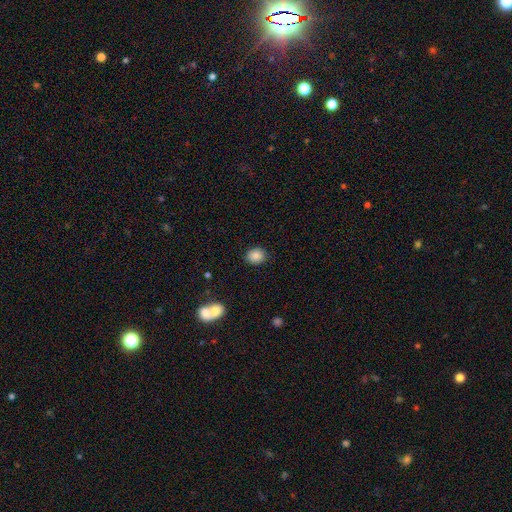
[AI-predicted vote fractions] Smooth or featured?
  - smooth: 86% *
  - star or artifact: 9%
  - featured or disk: 5%
How rounded?
  - round: 62% *
  - in between: 37%
  - cigar-shaped: 1%
Merging?
  - none: 87% *
  - minor disturbance: 9%
  - major disturbance: 2%
  - merger: 2%